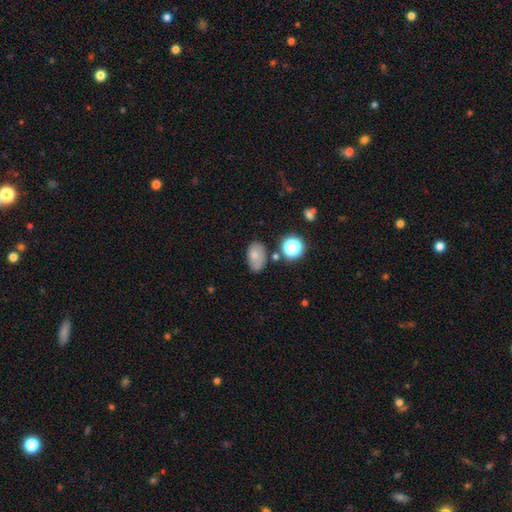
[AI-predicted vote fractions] This is likely a smooth galaxy (74%). How rounded: clearly in between (87%). Merging: likely none (62%).